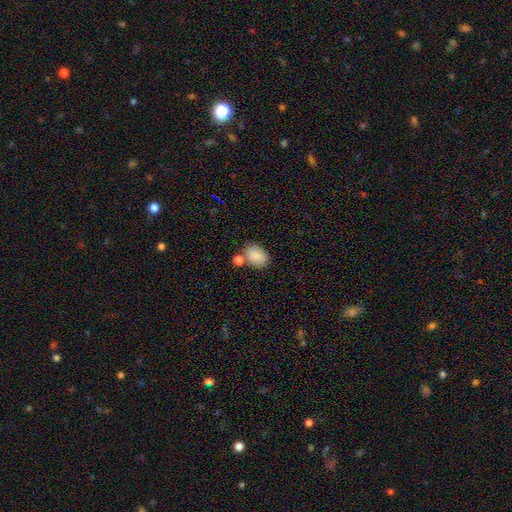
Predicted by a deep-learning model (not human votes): Morphology: type=smooth (86%); roundness=in between (75%); merging=none (59%).